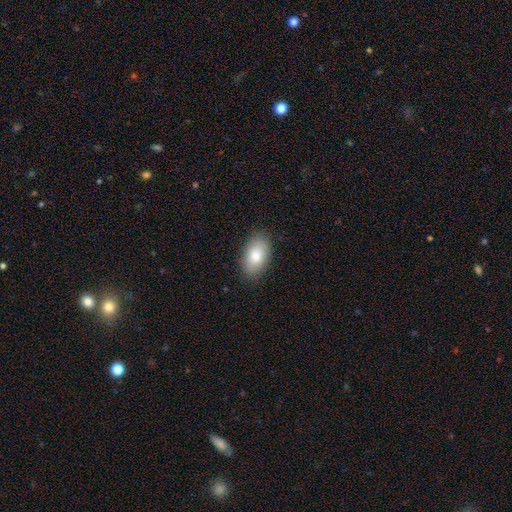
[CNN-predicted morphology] Smooth or featured? smooth (83%)
How rounded? in between (94%)
Merging? none (86%)